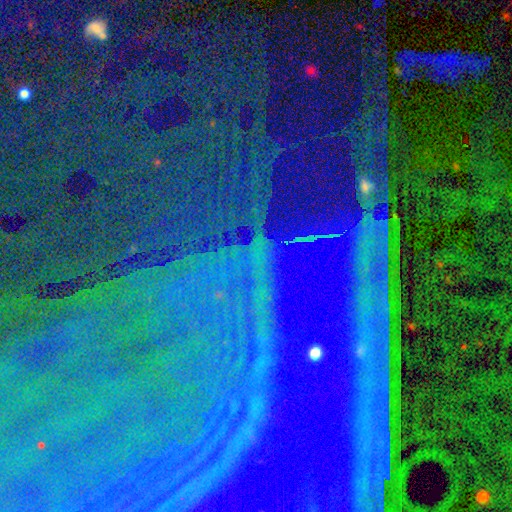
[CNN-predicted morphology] Smooth or featured? Predicted: star or artifact (p=0.86).